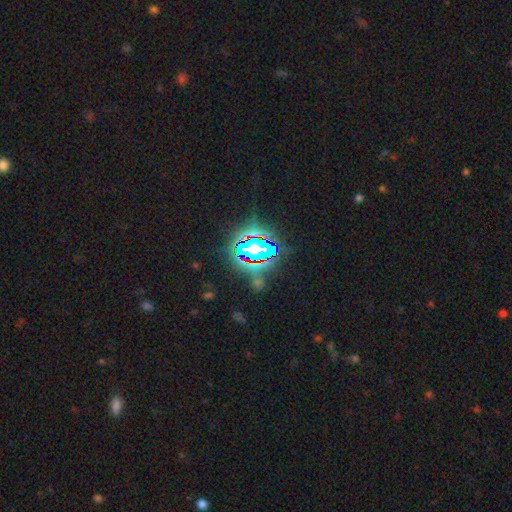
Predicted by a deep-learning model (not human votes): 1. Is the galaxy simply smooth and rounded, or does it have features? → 80% star or artifact, 12% smooth, 8% featured or disk.